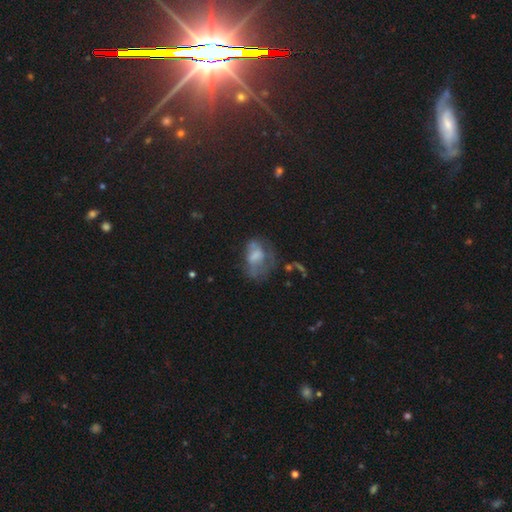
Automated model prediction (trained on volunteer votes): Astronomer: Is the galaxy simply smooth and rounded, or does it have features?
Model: smooth — 48% (runner-up: featured or disk, 39%).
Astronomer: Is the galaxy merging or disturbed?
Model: major disturbance — 39% (runner-up: none, 30%).